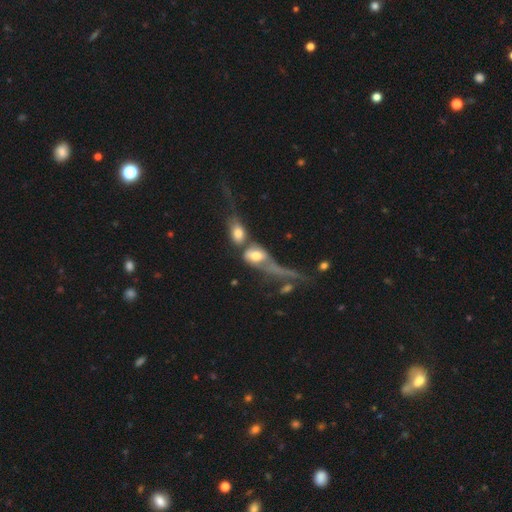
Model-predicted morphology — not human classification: A smooth galaxy with no disk features (56%) that is in between round and cigar-shaped (77%).

Vote fractions:
- Smooth or featured? smooth: 56% / featured or disk: 34% / star or artifact: 10%
- How rounded? in between: 77% / round: 14% / cigar-shaped: 9%
- Merging? merger: 53% / major disturbance: 26% / none: 13% / minor disturbance: 9%